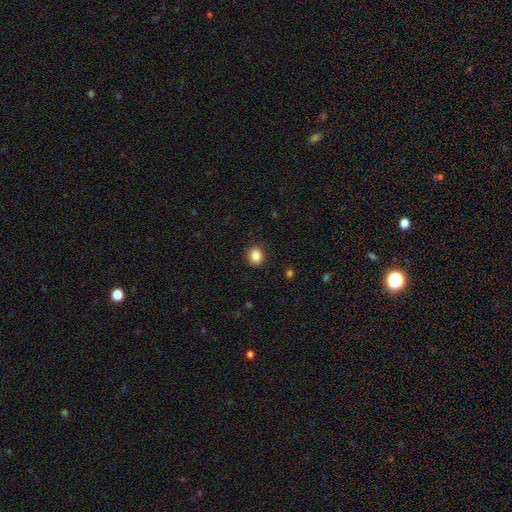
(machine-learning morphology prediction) Smooth or featured?
  - smooth: 86% *
  - star or artifact: 10%
  - featured or disk: 4%
How rounded?
  - round: 71% *
  - in between: 28%
  - cigar-shaped: 1%
Merging?
  - none: 91% *
  - minor disturbance: 7%
  - major disturbance: 2%
  - merger: 1%